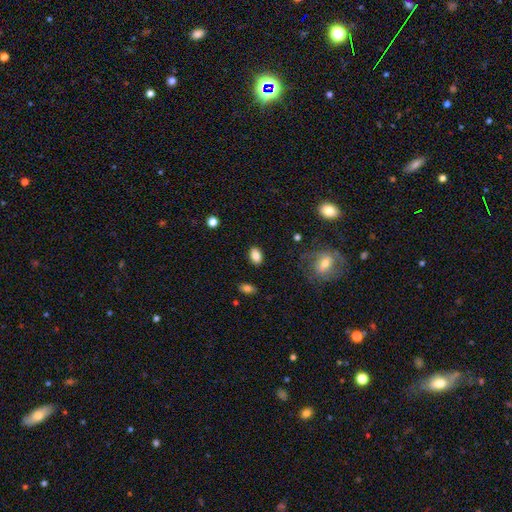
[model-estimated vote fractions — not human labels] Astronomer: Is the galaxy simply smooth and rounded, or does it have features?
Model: smooth — 85%.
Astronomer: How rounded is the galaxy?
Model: in between — 87%.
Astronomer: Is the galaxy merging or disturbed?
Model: none — 86%.